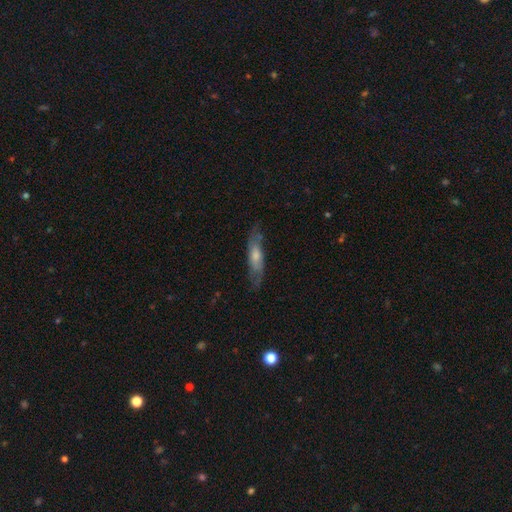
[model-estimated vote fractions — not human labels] The model was most divided on "smooth or featured" (2-way tie): smooth: 47%, featured or disk: 47%, star or artifact: 6%. More confident: merging — none (68%).